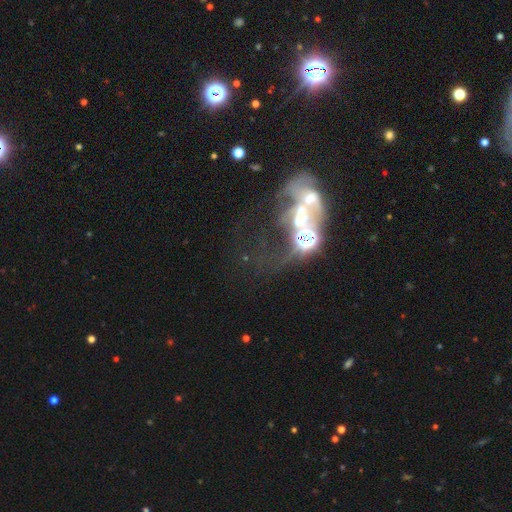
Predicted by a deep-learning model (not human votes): smooth-or-featured: featured or disk: 51% | star or artifact: 26% | smooth: 23%
  disk-edge-on: no: 93% | yes: 7%
  merging: merger: 56% | major disturbance: 23% | none: 13% | minor disturbance: 7%